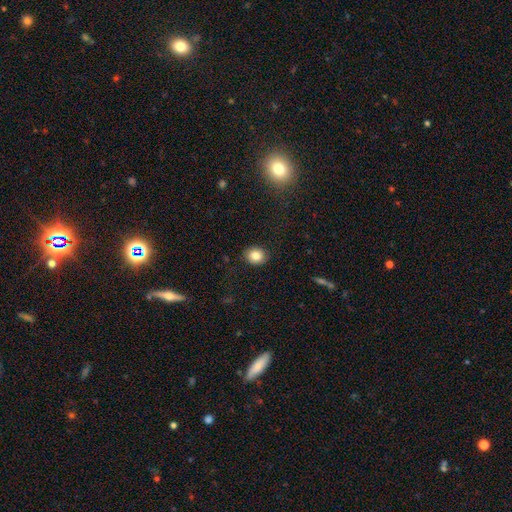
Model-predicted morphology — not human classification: Overall: smooth (82%). How rounded: round (63%; in between 36%). Merging: none (87%).